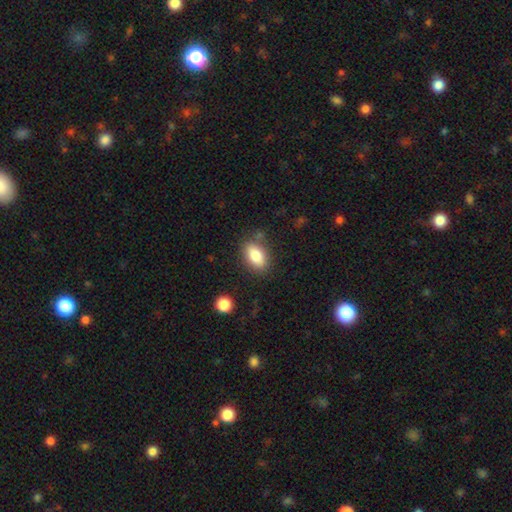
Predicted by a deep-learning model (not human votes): Q: Smooth or featured?
A: smooth (83%); runner-up: featured or disk (9%)
Q: How rounded?
A: in between (89%); runner-up: round (7%)
Q: Merging?
A: none (81%); runner-up: minor disturbance (12%)